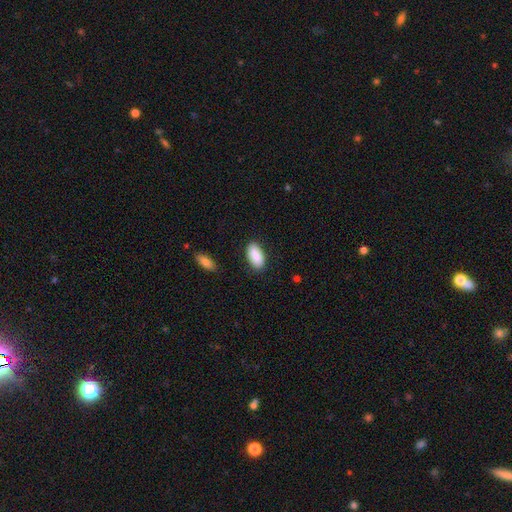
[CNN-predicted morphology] Smooth or featured: smooth — 89% (star or artifact — 6%)
How rounded: in between — 91% (cigar-shaped — 7%)
Merging: none — 85% (minor disturbance — 11%)